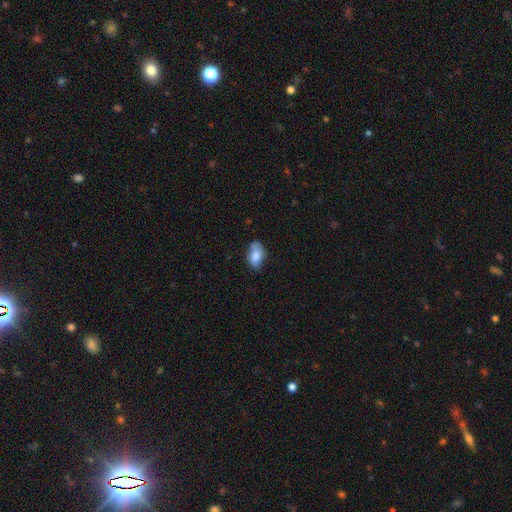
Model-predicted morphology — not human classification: smooth-or-featured: smooth: 78% | featured or disk: 14% | star or artifact: 8%
  how-rounded: in between: 88% | round: 10% | cigar-shaped: 2%
  merging: none: 52% | minor disturbance: 34% | major disturbance: 8% | merger: 6%